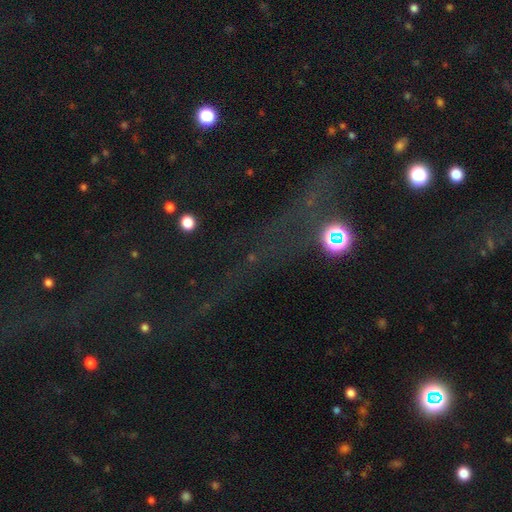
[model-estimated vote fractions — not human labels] Overall: star or artifact (67%).